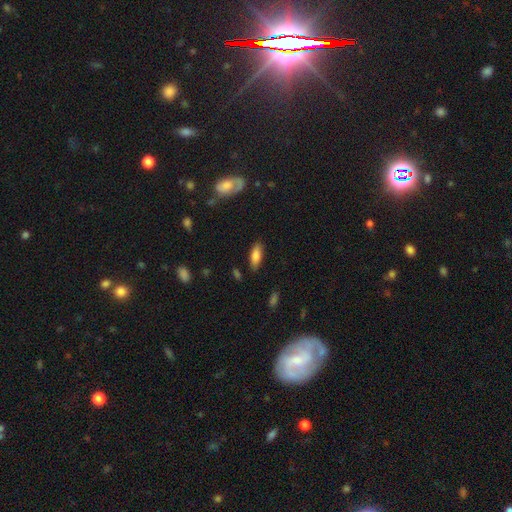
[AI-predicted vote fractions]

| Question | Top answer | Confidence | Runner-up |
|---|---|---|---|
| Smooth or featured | smooth | 81% | featured or disk (12%) |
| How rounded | in between | 78% | cigar-shaped (20%) |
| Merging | none | 84% | minor disturbance (12%) |